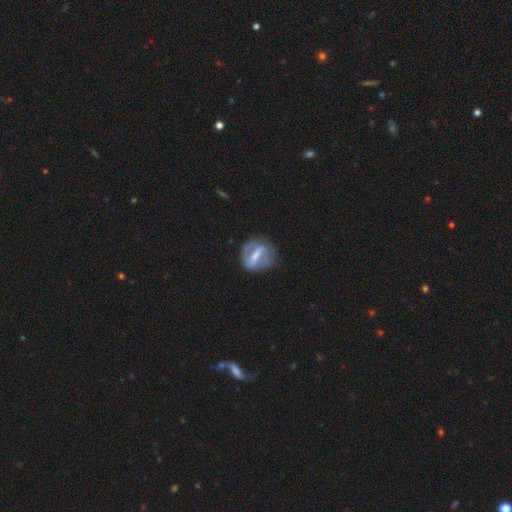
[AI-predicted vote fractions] featured or disk 66%, smooth 27%, star or artifact 7%. Down the decision tree: edge-on disk — no (92%); bar — strong (65%); spiral arms — yes (57%); bulge size — moderate (38%); merging — none (62%).